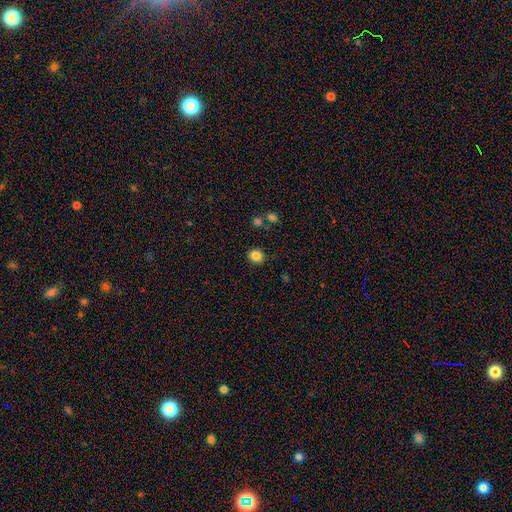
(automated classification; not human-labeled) Smooth or featured? Predicted: smooth (p=0.84). How rounded? Predicted: round (p=0.78). Merging? Predicted: none (p=0.88).